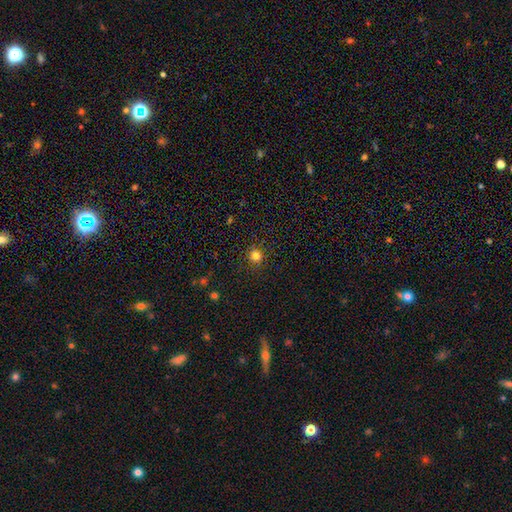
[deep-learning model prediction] smooth 80%, star or artifact 15%, featured or disk 5%. Down the decision tree: how rounded — round (92%); merging — none (90%).